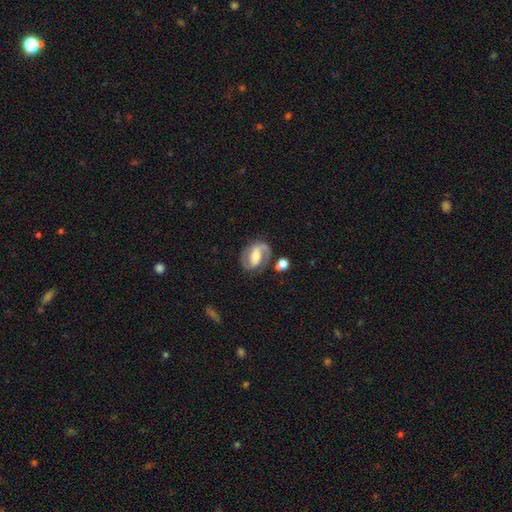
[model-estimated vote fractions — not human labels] Overall: featured or disk (82%). Edge-on disk: no (97%). Bar: strong (45%; weak 37%). Spiral arms: yes (94%). Spiral arm count: 2 (86%). Spiral winding: medium (52%; tight 31%). Bulge size: moderate (54%; small 30%). Merging: none (71%).